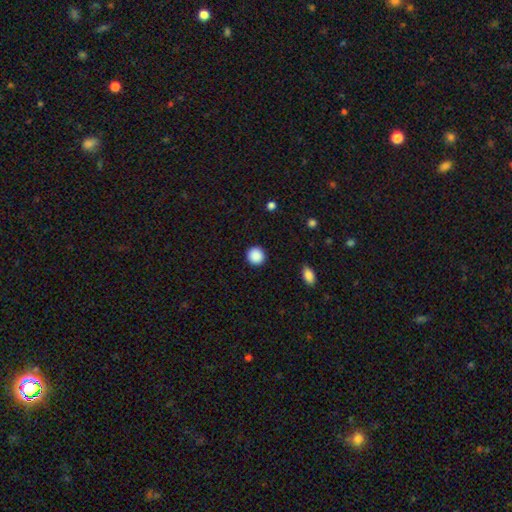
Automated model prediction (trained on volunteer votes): Smooth or featured? Predicted: smooth (p=0.89). How rounded? Predicted: round (p=0.95). Merging? Predicted: none (p=0.92).